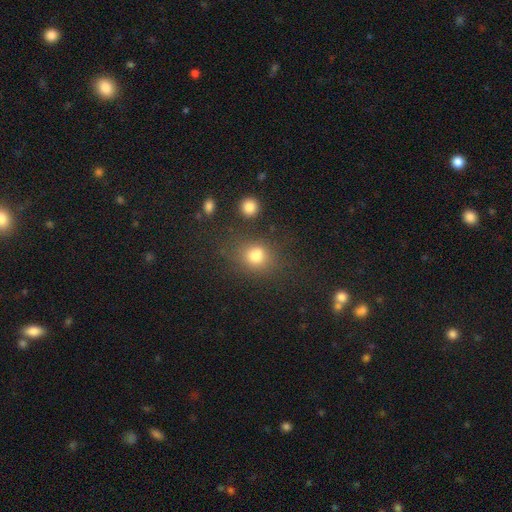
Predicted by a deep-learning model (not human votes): Smooth or featured: smooth — 76% (star or artifact — 16%)
How rounded: round — 58% (in between — 40%)
Merging: none — 64% (minor disturbance — 16%)